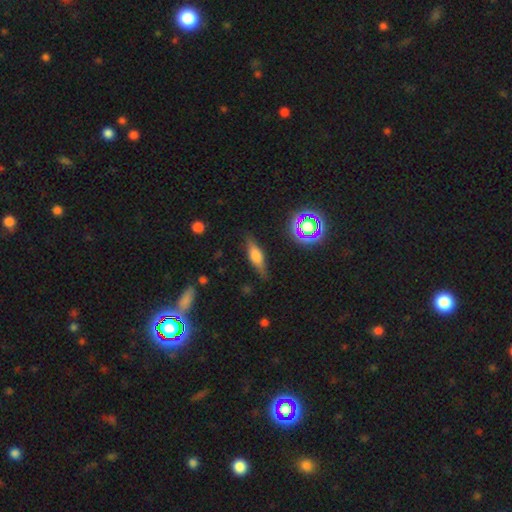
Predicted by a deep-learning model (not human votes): smooth_or_featured: smooth (p=0.47) [alt: featured or disk p=0.43]
merging: none (p=0.79) [alt: minor disturbance p=0.15]